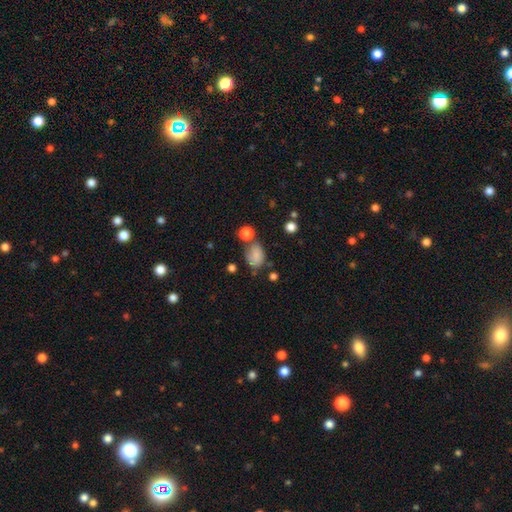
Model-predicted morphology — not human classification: Smooth or featured? Predicted: smooth (p=0.79). How rounded? Predicted: in between (p=0.70). Merging? Predicted: none (p=0.54).